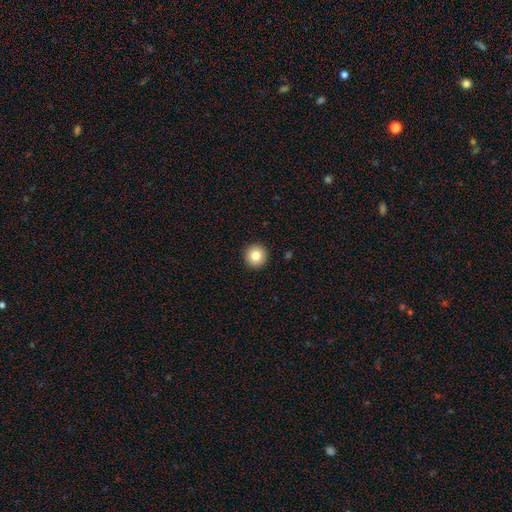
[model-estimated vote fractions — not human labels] A smooth galaxy with no disk features (81%) that is round (96%).

Vote fractions:
- Smooth or featured? smooth: 81% / star or artifact: 10% / featured or disk: 8%
- How rounded? round: 96% / in between: 3% / cigar-shaped: 1%
- Merging? none: 93% / minor disturbance: 4% / major disturbance: 1% / merger: 1%